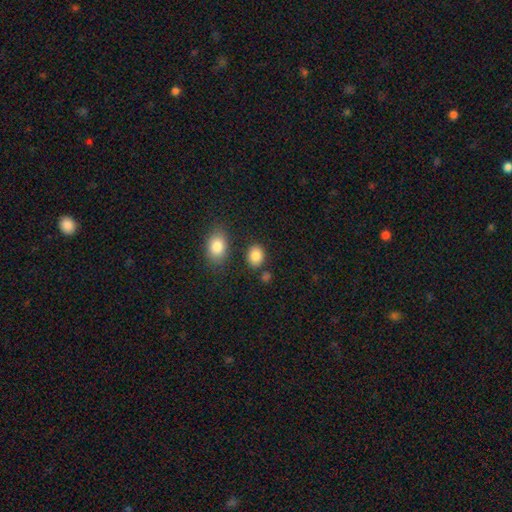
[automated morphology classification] Overall: smooth (87%). How rounded: in between (60%; round 39%). Merging: none (79%).